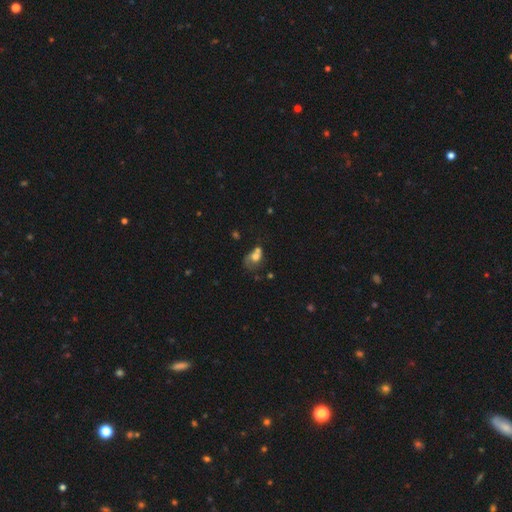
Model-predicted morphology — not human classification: This appears to be a smooth galaxy with no disk features (63%) that is in between round and cigar-shaped (54%). Merging: merger (43%).